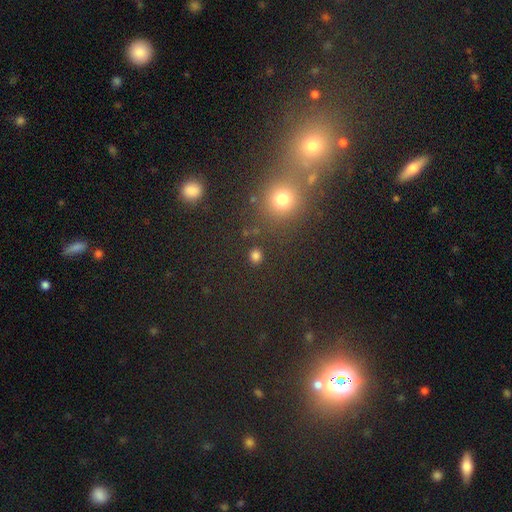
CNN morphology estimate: This appears to be a smooth galaxy with no disk features (79%) that is round (76%). Merging: none (87%).